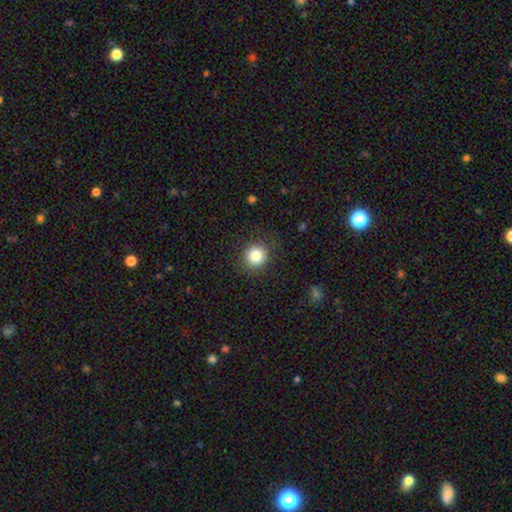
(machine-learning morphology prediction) Smooth or featured? Predicted: smooth (p=0.84). How rounded? Predicted: round (p=0.90). Merging? Predicted: none (p=0.88).